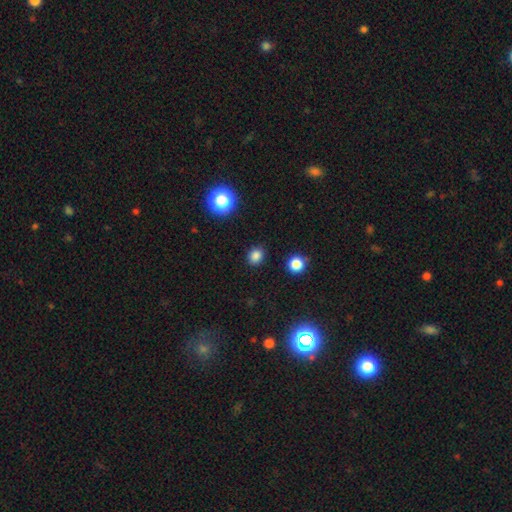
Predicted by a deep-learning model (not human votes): Q: Smooth or featured?
A: smooth (82%); runner-up: star or artifact (15%)
Q: How rounded?
A: round (65%); runner-up: in between (34%)
Q: Merging?
A: none (89%); runner-up: minor disturbance (7%)